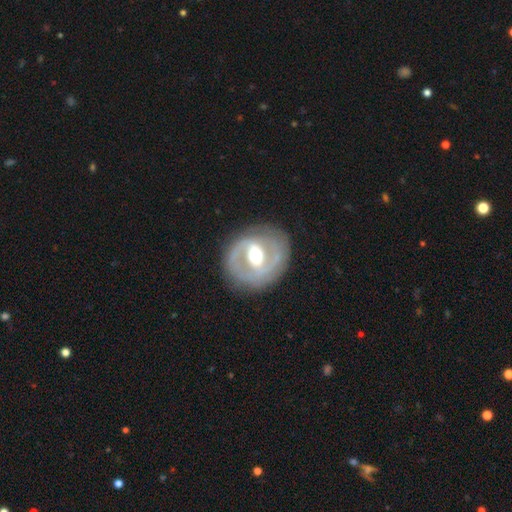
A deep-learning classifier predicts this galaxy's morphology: featured or disk 78%, smooth 16%, star or artifact 5%. Down the decision tree: edge-on disk — no (96%); bar — weak (42%); spiral arms — yes (72%); spiral arm count — 2 (77%); spiral winding — medium (41%); bulge size — moderate (67%); merging — none (79%).